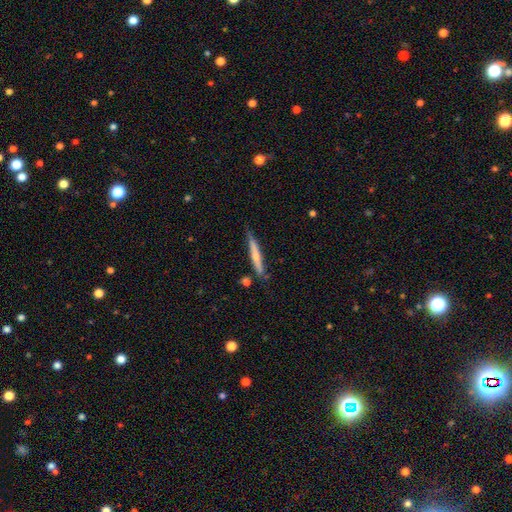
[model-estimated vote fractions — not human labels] Smooth or featured? Predicted: smooth (p=0.48). Merging? Predicted: none (p=0.74).